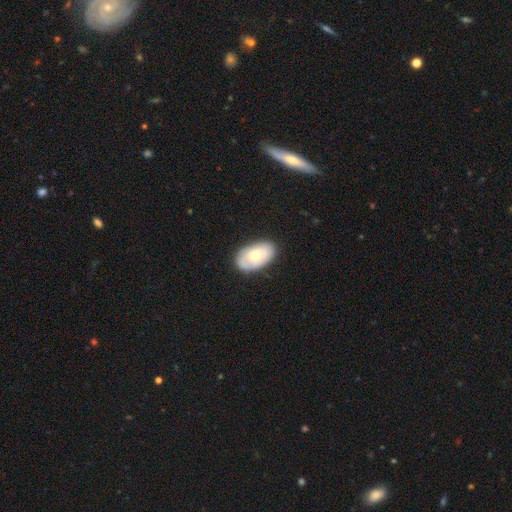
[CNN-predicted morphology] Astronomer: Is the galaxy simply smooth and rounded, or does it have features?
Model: smooth — 61%.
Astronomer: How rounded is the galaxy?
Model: in between — 93%.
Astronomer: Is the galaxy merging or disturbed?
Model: none — 81%.